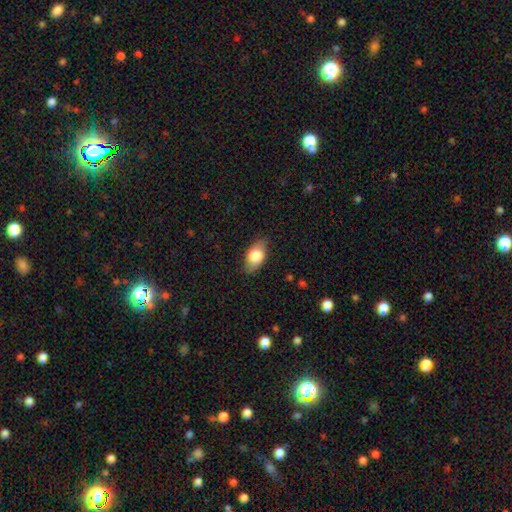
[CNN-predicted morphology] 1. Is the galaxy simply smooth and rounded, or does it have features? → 78% smooth, 15% featured or disk, 7% star or artifact.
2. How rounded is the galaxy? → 89% in between, 8% round, 3% cigar-shaped.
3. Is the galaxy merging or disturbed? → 81% none, 14% minor disturbance, 3% major disturbance, 1% merger.